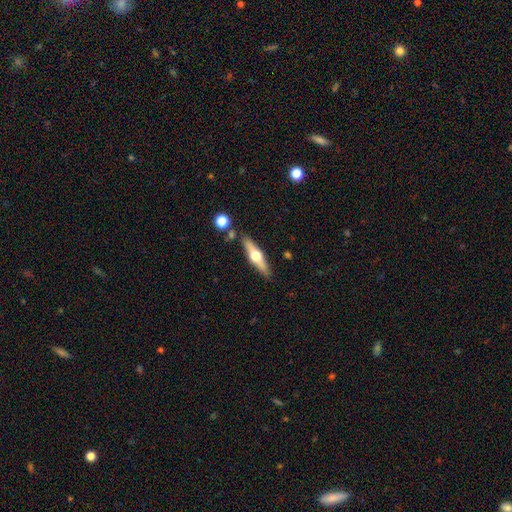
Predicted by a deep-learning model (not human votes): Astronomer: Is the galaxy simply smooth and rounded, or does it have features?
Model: featured or disk — 64%.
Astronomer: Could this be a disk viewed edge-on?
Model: yes — 95%.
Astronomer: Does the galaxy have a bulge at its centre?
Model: rounded — 96%.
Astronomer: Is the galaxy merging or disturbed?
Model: none — 84%.